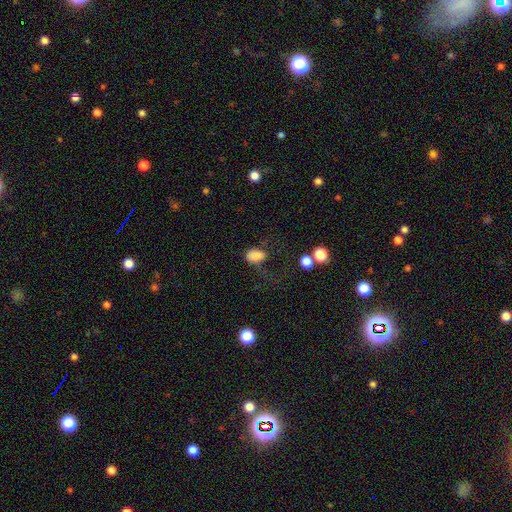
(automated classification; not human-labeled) Morphology: type=smooth (83%); roundness=in between (86%); merging=none (49%).